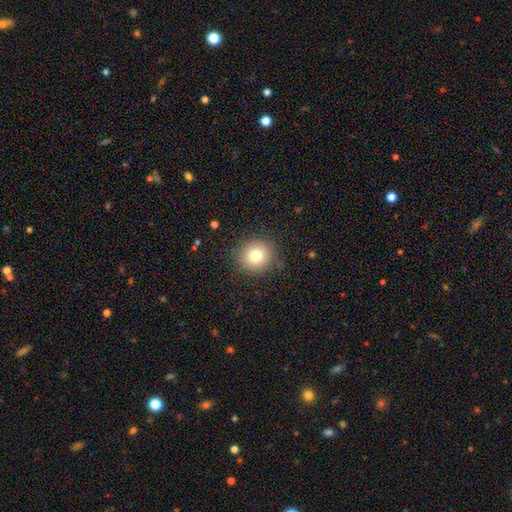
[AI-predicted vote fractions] smooth 78%, star or artifact 12%, featured or disk 10%. Down the decision tree: how rounded — round (92%); merging — none (87%).